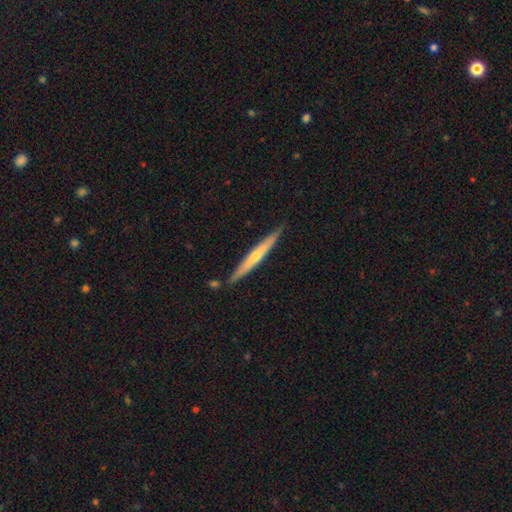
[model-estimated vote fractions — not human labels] Smooth or featured? featured or disk (60%)
Edge-on disk? yes (96%)
Edge-on bulge? rounded (63%)
Merging? none (87%)